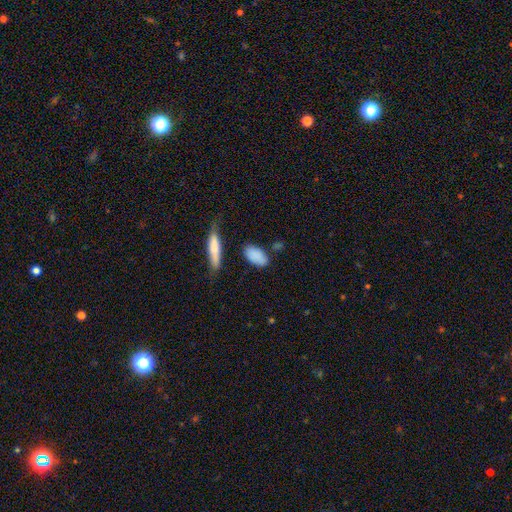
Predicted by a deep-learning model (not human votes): Smooth or featured?
  - smooth: 87% *
  - featured or disk: 6%
  - star or artifact: 6%
How rounded?
  - in between: 91% *
  - cigar-shaped: 6%
  - round: 3%
Merging?
  - none: 73% *
  - minor disturbance: 16%
  - merger: 6%
  - major disturbance: 5%